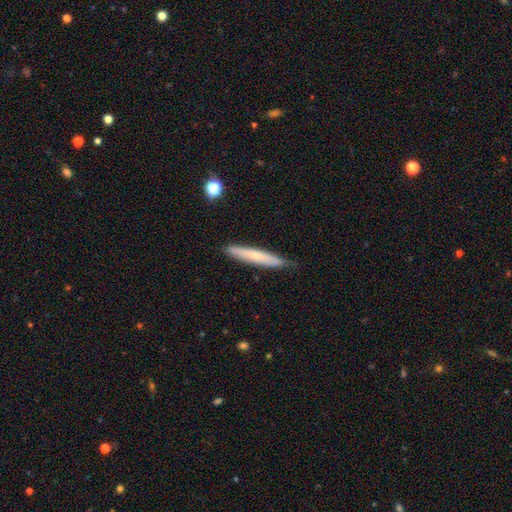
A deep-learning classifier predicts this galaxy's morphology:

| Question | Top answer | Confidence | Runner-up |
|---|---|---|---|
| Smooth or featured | smooth | 56% | featured or disk (38%) |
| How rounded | cigar-shaped | 93% | in between (6%) |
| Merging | none | 80% | minor disturbance (16%) |